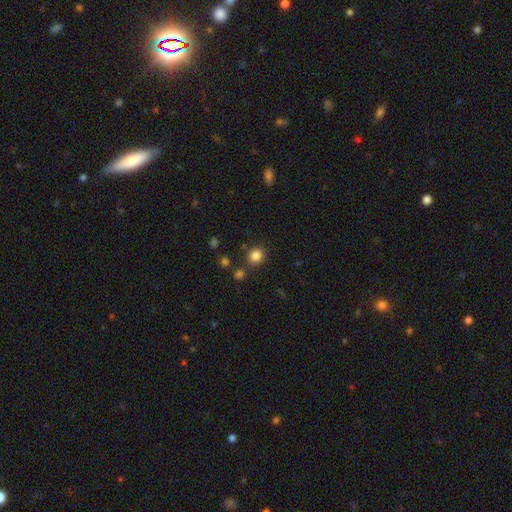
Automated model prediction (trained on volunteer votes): A smooth galaxy with no disk features (84%) that is round (84%). Merging: none (83%).